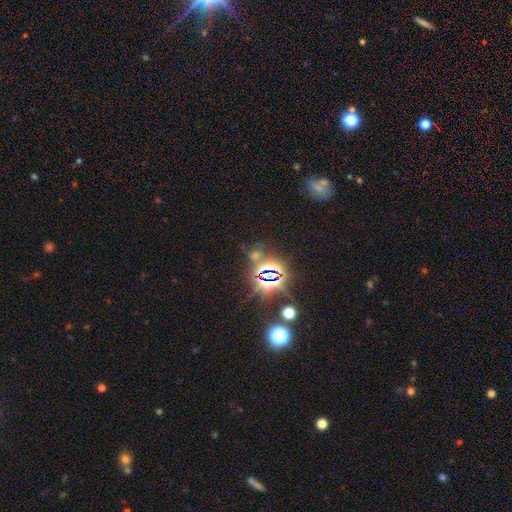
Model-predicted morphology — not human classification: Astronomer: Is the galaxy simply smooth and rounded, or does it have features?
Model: star or artifact — 78%.